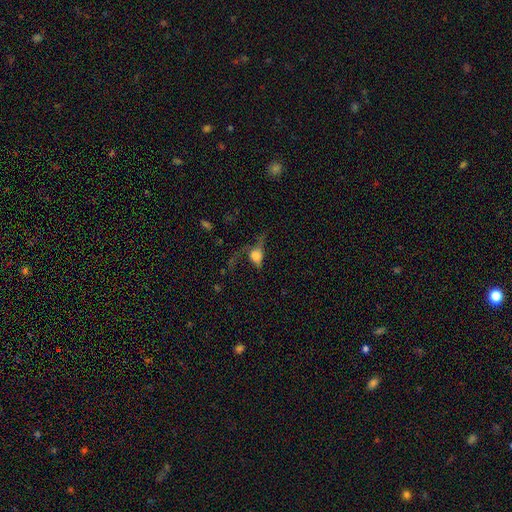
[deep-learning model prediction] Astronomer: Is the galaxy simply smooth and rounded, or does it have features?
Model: smooth — 52% (runner-up: featured or disk, 32%).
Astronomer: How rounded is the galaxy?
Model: in between — 55% (runner-up: round, 36%).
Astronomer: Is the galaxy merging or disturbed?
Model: major disturbance — 46% (runner-up: none, 31%).